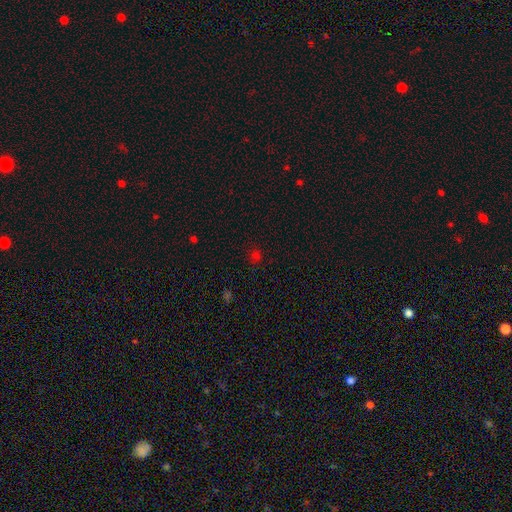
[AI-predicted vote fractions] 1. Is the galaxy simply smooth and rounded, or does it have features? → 66% smooth, 29% star or artifact, 5% featured or disk.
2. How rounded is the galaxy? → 80% round, 18% in between, 1% cigar-shaped.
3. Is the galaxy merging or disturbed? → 84% none, 10% minor disturbance, 4% major disturbance, 2% merger.